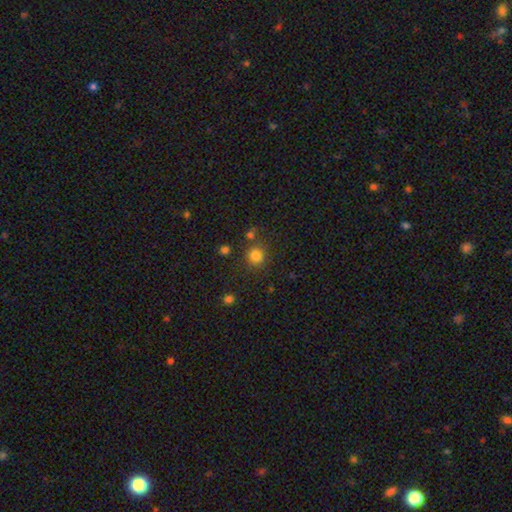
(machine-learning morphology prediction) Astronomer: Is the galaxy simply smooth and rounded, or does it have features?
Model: smooth — 81%.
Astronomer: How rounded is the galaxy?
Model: round — 89%.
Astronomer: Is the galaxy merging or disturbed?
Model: none — 79%.